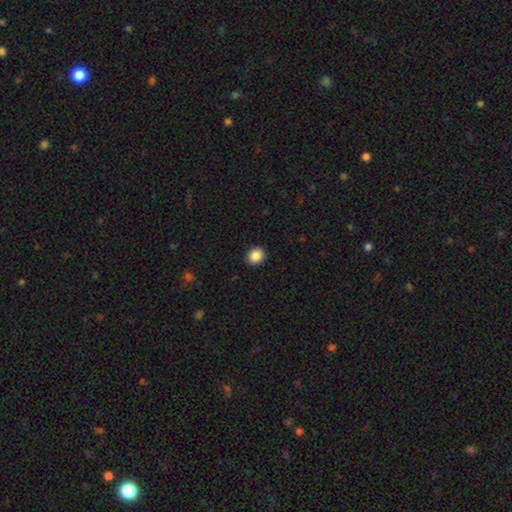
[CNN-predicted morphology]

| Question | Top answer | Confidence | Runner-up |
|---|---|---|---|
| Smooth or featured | smooth | 88% | star or artifact (9%) |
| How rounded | round | 82% | in between (17%) |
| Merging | none | 92% | minor disturbance (5%) |